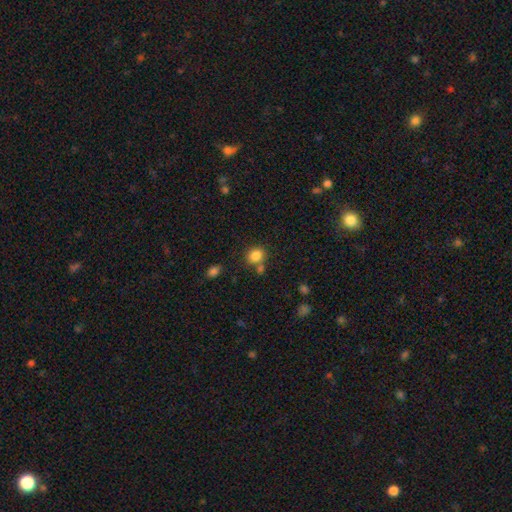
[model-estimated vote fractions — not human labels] The model was most divided on "how rounded": round: 67%, in between: 32%, cigar-shaped: 1%. More confident: smooth or featured — smooth (84%); merging — none (65%).